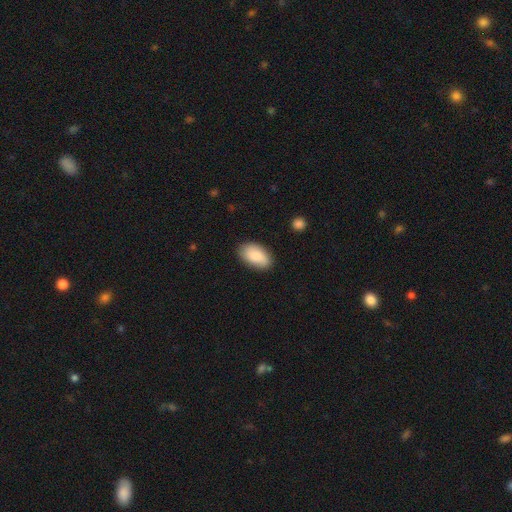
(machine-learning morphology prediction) smooth-or-featured: smooth: 85% | featured or disk: 9% | star or artifact: 6%
  how-rounded: in between: 94% | round: 4% | cigar-shaped: 2%
  merging: none: 82% | minor disturbance: 13% | major disturbance: 3% | merger: 1%